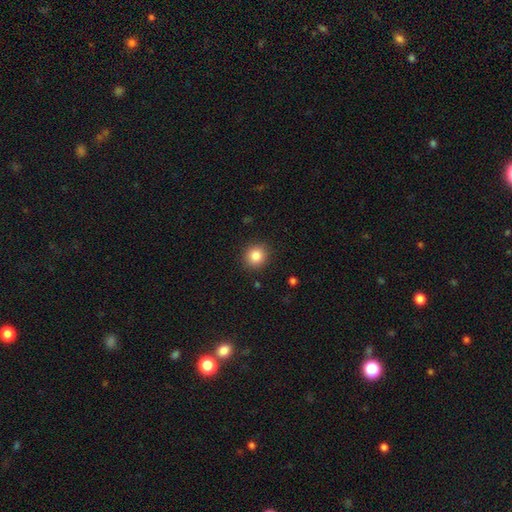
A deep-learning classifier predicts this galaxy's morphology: Smooth or featured: smooth — 85% (star or artifact — 10%)
How rounded: round — 91% (in between — 8%)
Merging: none — 90% (minor disturbance — 7%)